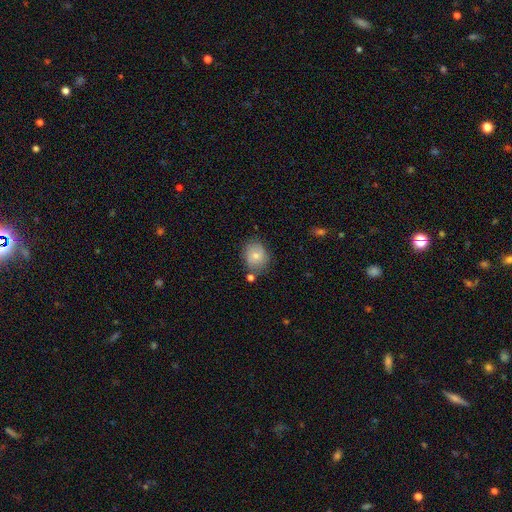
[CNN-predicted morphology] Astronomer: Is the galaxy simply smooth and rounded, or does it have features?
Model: smooth — 72%.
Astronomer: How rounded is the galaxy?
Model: round — 66%.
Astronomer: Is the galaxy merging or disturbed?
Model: none — 68%.